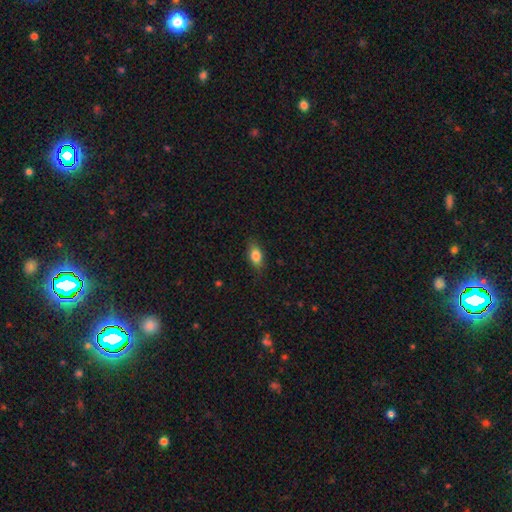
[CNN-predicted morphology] Smooth or featured?
  - smooth: 83% *
  - featured or disk: 9%
  - star or artifact: 8%
How rounded?
  - in between: 85% *
  - cigar-shaped: 8%
  - round: 8%
Merging?
  - none: 81% *
  - minor disturbance: 14%
  - major disturbance: 3%
  - merger: 1%